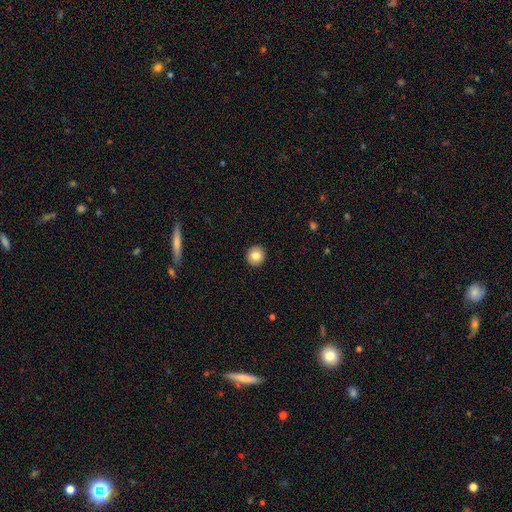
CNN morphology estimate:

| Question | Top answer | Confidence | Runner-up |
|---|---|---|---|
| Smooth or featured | smooth | 83% | star or artifact (9%) |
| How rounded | round | 92% | in between (7%) |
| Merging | none | 93% | minor disturbance (5%) |